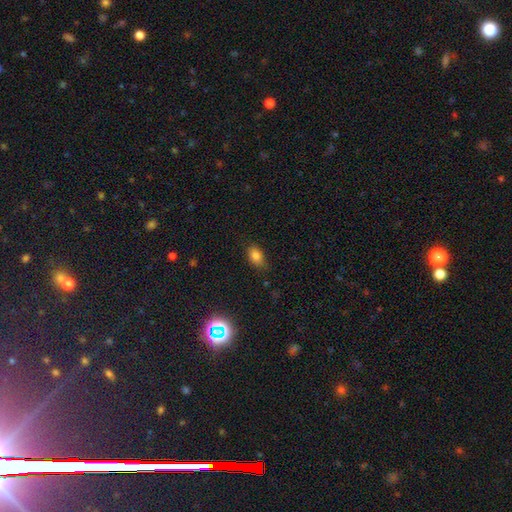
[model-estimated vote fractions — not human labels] smooth-or-featured: smooth: 82% | star or artifact: 12% | featured or disk: 6%
  how-rounded: in between: 85% | round: 12% | cigar-shaped: 2%
  merging: none: 79% | minor disturbance: 16% | major disturbance: 4% | merger: 1%